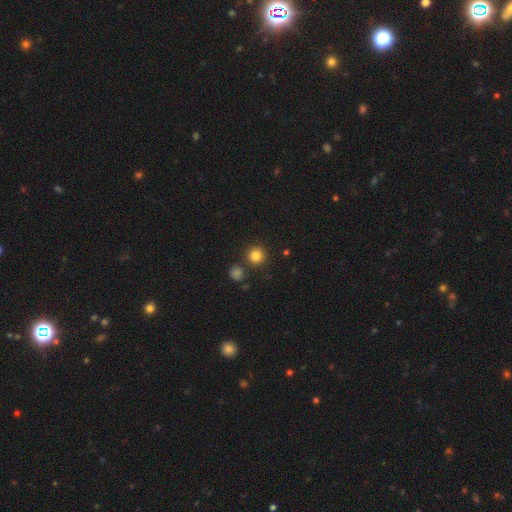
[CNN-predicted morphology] Smooth or featured? smooth (83%)
How rounded? round (94%)
Merging? none (83%)